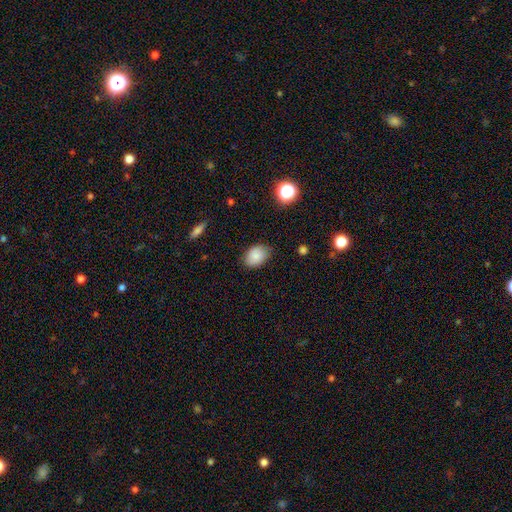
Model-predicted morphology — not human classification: Smooth or featured: smooth — 85% (star or artifact — 8%)
How rounded: in between — 77% (round — 22%)
Merging: none — 79% (minor disturbance — 17%)